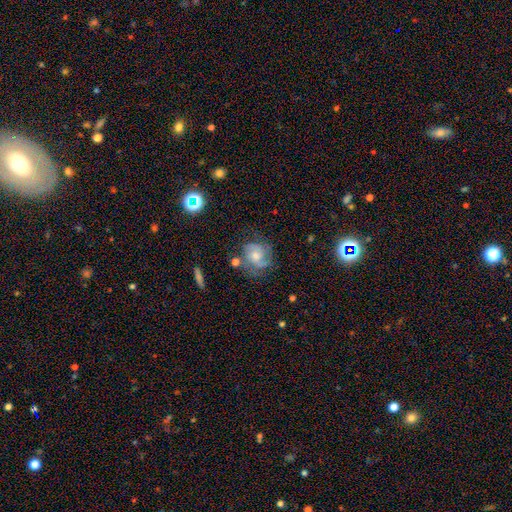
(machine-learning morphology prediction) Smooth or featured? Predicted: featured or disk (p=0.63). Edge-on disk? Predicted: no (p=0.97). Bar? Predicted: no (p=0.69). Spiral arms? Predicted: yes (p=0.87). Spiral winding? Predicted: medium (p=0.45). Spiral arm count? Predicted: 2 (p=0.48). Bulge size? Predicted: moderate (p=0.53). Merging? Predicted: none (p=0.58).